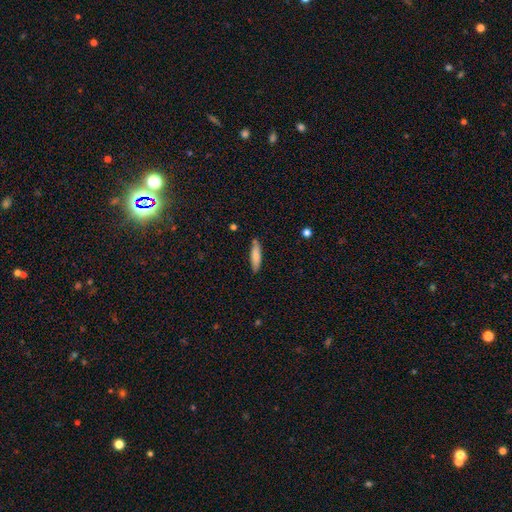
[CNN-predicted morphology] A smooth galaxy with no disk features (78%) that is cigar-shaped (73%). Merging: none (84%).